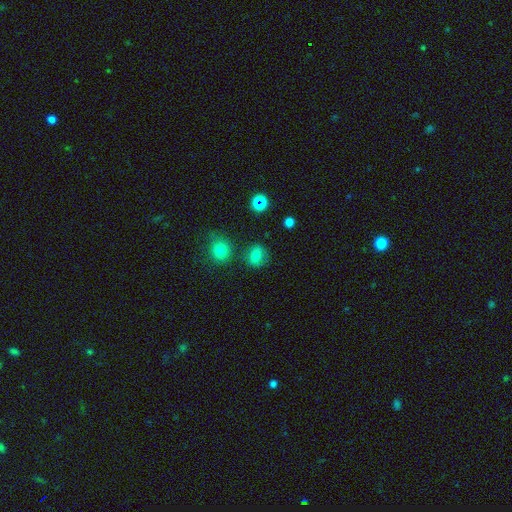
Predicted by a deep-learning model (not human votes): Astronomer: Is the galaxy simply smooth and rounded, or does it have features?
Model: smooth — 74%.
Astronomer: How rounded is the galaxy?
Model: round — 61% (runner-up: in between, 38%).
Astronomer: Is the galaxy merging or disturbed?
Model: none — 74%.